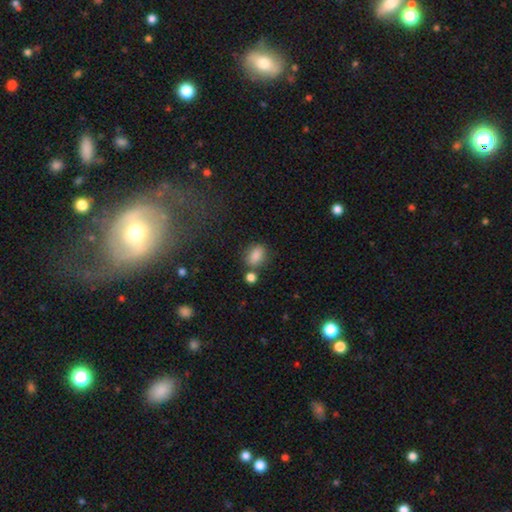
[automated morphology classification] A smooth galaxy with no disk features (85%) that is in between round and cigar-shaped (77%). Merging: none (66%).